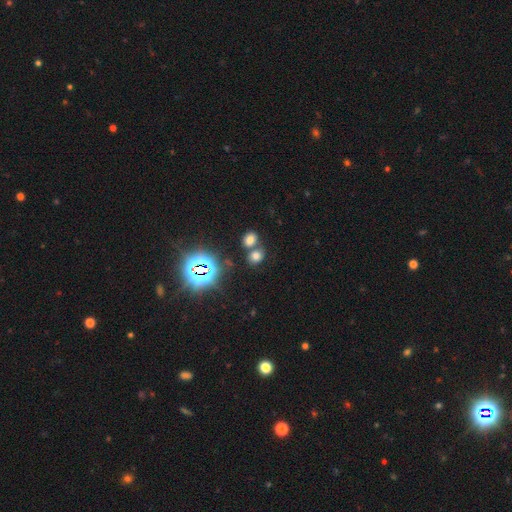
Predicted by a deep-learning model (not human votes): Smooth or featured?
  - smooth: 62% *
  - star or artifact: 30%
  - featured or disk: 9%
How rounded?
  - round: 52% *
  - in between: 47%
  - cigar-shaped: 1%
Merging?
  - none: 50% *
  - merger: 38%
  - minor disturbance: 8%
  - major disturbance: 4%